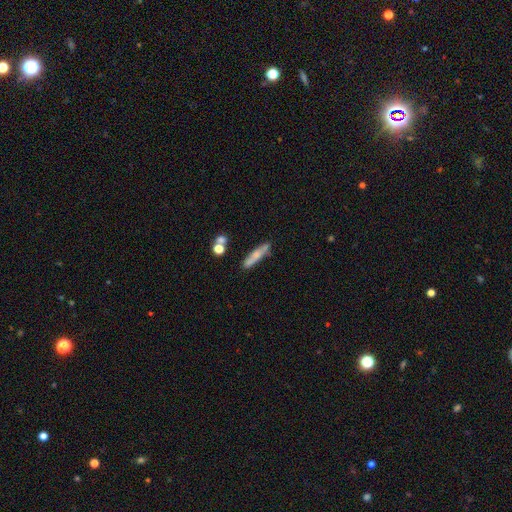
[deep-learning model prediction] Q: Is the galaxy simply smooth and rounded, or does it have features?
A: smooth — 60%.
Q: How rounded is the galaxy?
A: cigar-shaped — 83%.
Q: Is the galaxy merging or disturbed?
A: none — 70%.